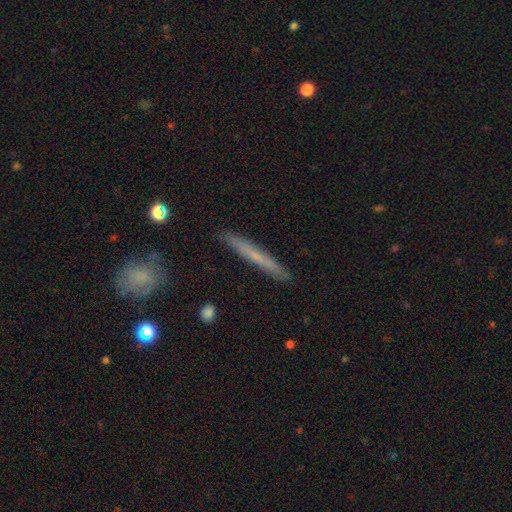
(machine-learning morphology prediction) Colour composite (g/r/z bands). It shows a smooth galaxy with no disk features (54%) that is cigar-shaped (96%). Merging: none (90%).